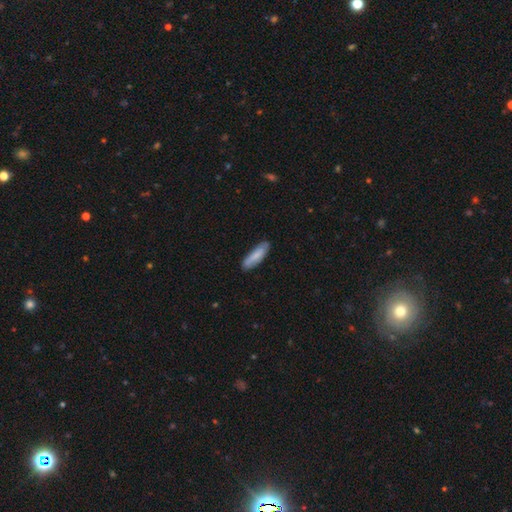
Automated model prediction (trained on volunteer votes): A smooth galaxy with no disk features (77%) that is cigar-shaped (56%). Merging: none (82%).